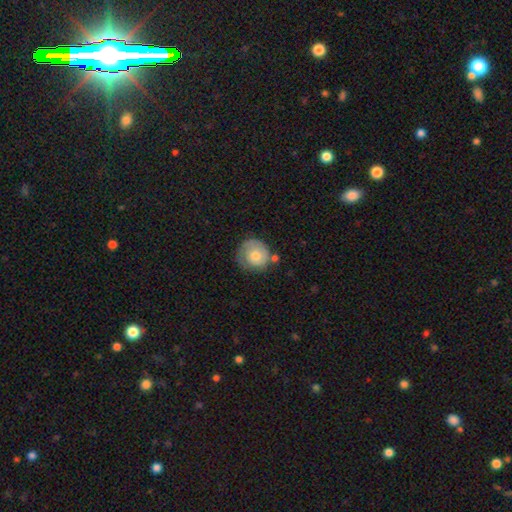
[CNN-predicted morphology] A smooth galaxy with no disk features (62%) that is round (88%). Merging: none (60%).